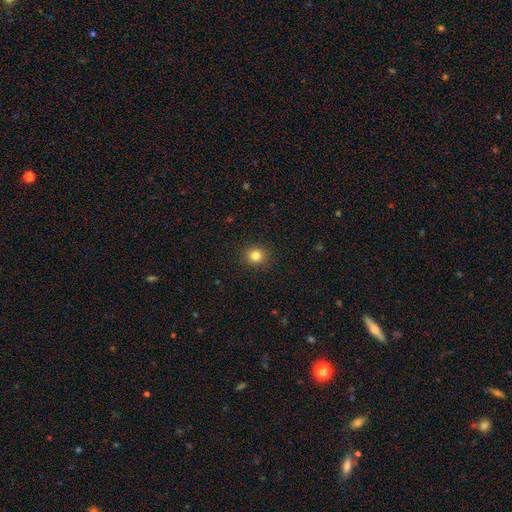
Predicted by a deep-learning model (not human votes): A smooth galaxy with no disk features (82%) that is round (87%). Merging: none (91%).